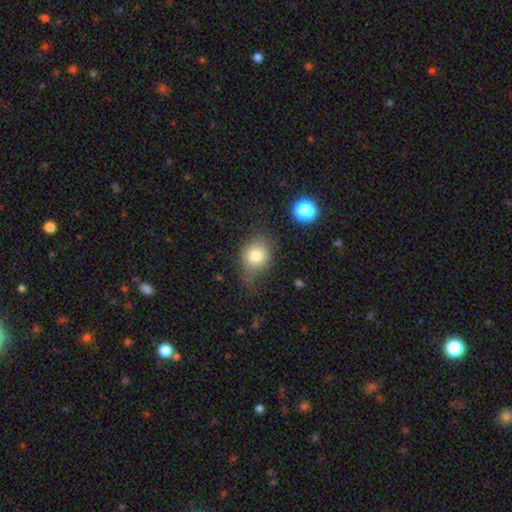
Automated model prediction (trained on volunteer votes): This appears to be a smooth galaxy with no disk features (77%) that is round (65%). Merging: none (49%).